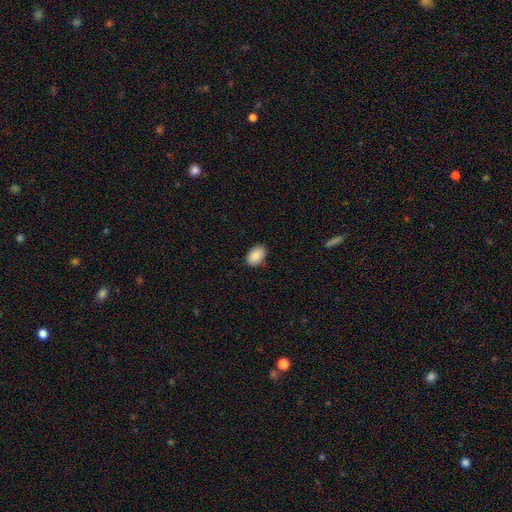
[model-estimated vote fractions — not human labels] Overall: smooth (89%). How rounded: in between (87%). Merging: none (85%).